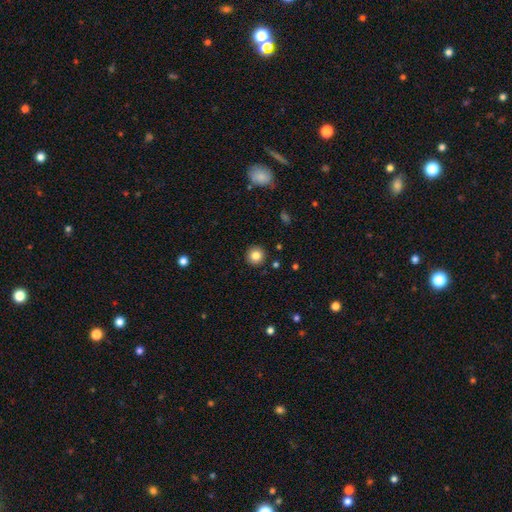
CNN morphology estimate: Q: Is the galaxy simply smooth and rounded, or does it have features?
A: smooth — 83%.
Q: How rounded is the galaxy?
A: round — 95%.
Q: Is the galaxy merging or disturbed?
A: none — 92%.